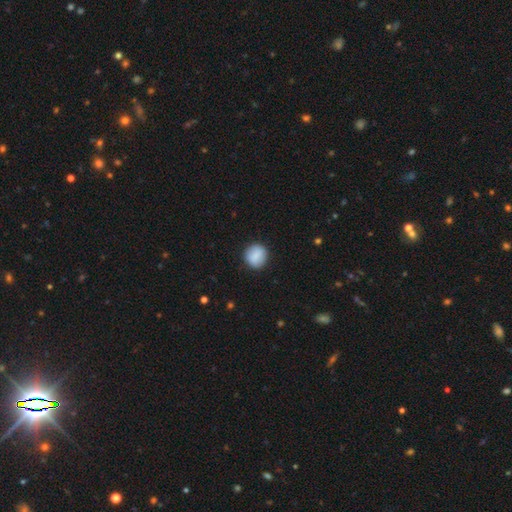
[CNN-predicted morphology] Q: Smooth or featured?
A: smooth (86%); runner-up: featured or disk (7%)
Q: How rounded?
A: round (88%); runner-up: in between (11%)
Q: Merging?
A: none (88%); runner-up: minor disturbance (9%)